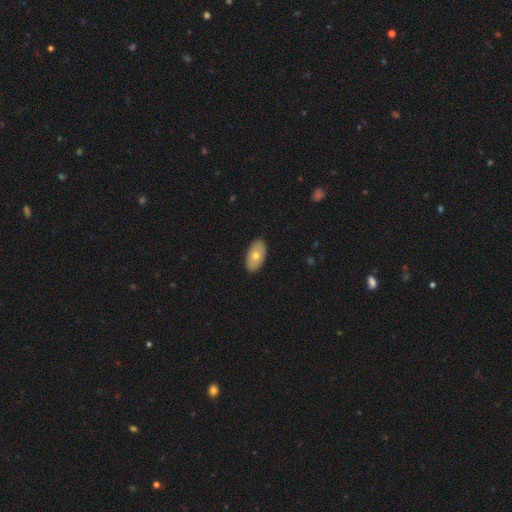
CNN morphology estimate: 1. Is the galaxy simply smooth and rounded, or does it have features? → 66% smooth, 28% featured or disk, 6% star or artifact.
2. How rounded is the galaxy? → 94% in between, 4% round, 2% cigar-shaped.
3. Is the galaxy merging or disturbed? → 89% none, 8% minor disturbance, 2% major disturbance, 1% merger.